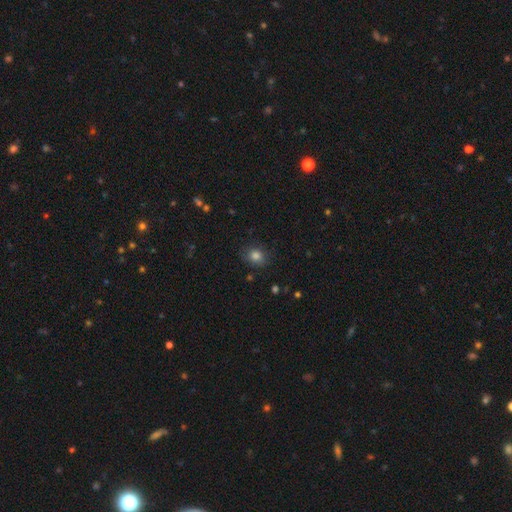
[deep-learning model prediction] smooth-or-featured: smooth: 82% | star or artifact: 12% | featured or disk: 6%
  how-rounded: round: 62% | in between: 37% | cigar-shaped: 1%
  merging: none: 81% | minor disturbance: 14% | major disturbance: 4% | merger: 1%